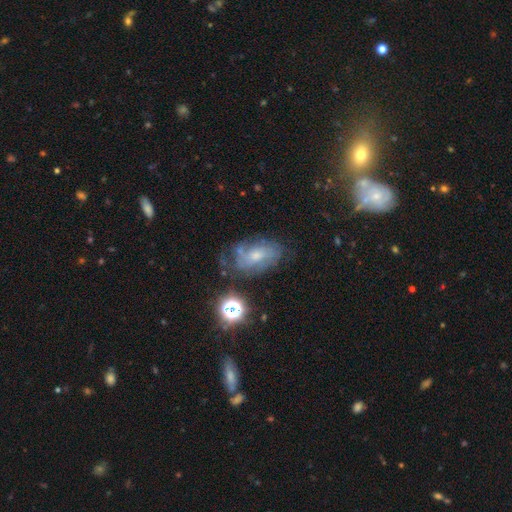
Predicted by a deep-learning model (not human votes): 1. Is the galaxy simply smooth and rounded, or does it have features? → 56% featured or disk, 29% smooth, 15% star or artifact.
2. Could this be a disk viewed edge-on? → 94% no, 6% yes.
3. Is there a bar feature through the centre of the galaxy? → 70% no, 26% weak, 5% strong.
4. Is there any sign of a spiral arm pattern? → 73% yes, 27% no.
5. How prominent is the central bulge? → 51% small, 40% moderate, 5% none, 3% large, 1% dominant.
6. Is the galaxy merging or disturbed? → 56% none, 25% minor disturbance, 14% major disturbance, 6% merger.